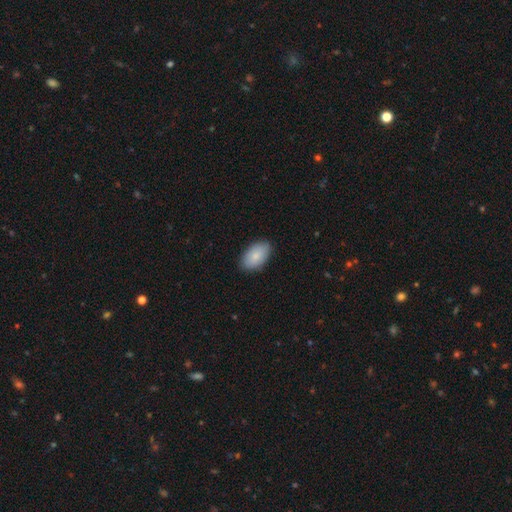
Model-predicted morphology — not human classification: smooth-or-featured: smooth: 86% | featured or disk: 9% | star or artifact: 6%
  how-rounded: in between: 94% | round: 5% | cigar-shaped: 1%
  merging: none: 86% | minor disturbance: 11% | major disturbance: 2% | merger: 1%